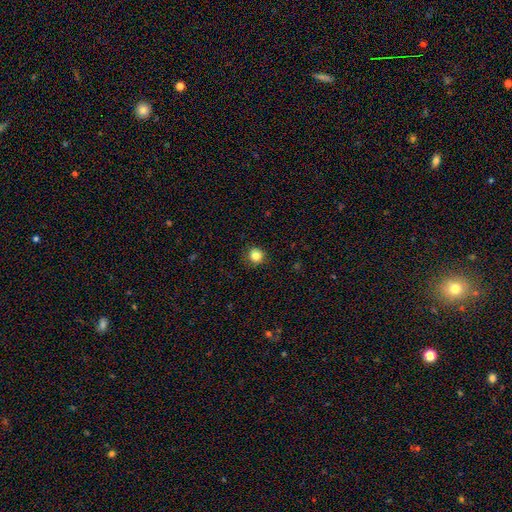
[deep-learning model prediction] Q: Smooth or featured?
A: smooth (84%); runner-up: star or artifact (11%)
Q: How rounded?
A: round (88%); runner-up: in between (11%)
Q: Merging?
A: none (86%); runner-up: minor disturbance (10%)